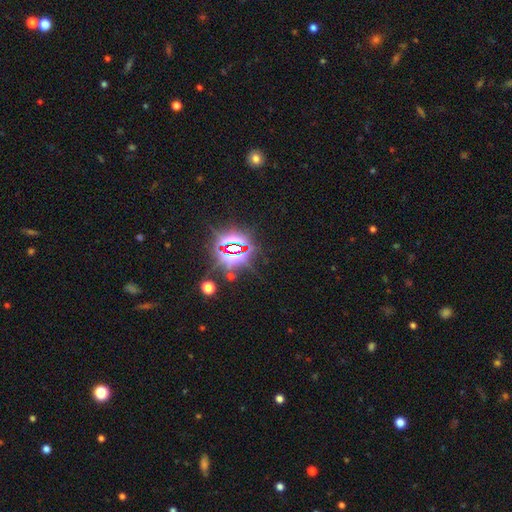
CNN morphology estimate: smooth-or-featured: star or artifact: 84% | smooth: 10% | featured or disk: 6%